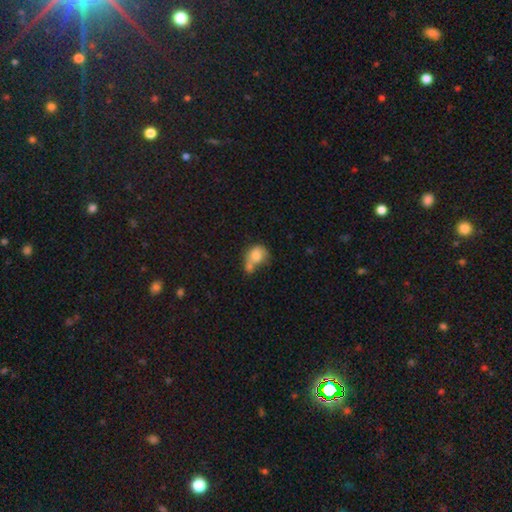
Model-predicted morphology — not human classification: type=smooth (74%); roundness=in between (51%); merging=merger (50%).